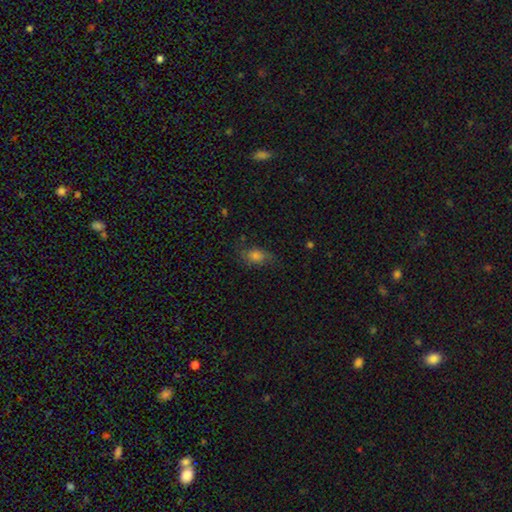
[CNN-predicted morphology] This is likely a smooth galaxy (69%). How rounded: likely in between (79%). Merging: likely none (69%).